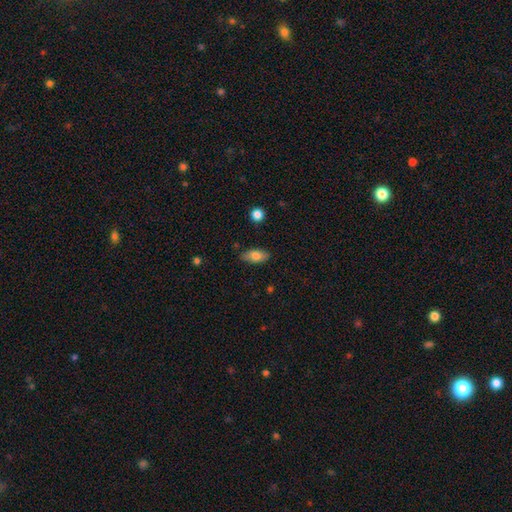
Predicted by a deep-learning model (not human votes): smooth 79%, featured or disk 14%, star or artifact 7%. Down the decision tree: how rounded — in between (87%); merging — none (83%).